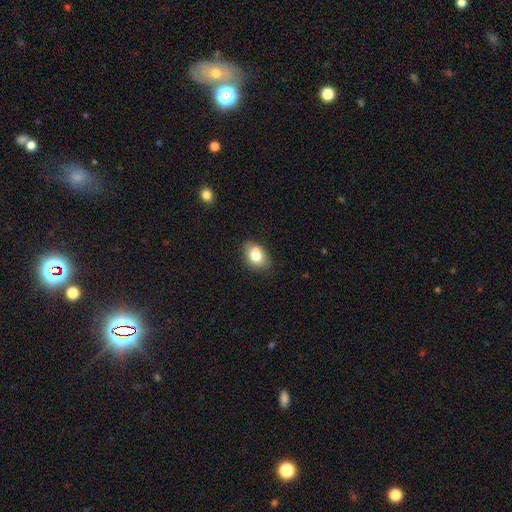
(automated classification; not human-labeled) Smooth or featured: smooth — 77% (featured or disk — 14%)
How rounded: in between — 76% (round — 23%)
Merging: none — 67% (minor disturbance — 18%)